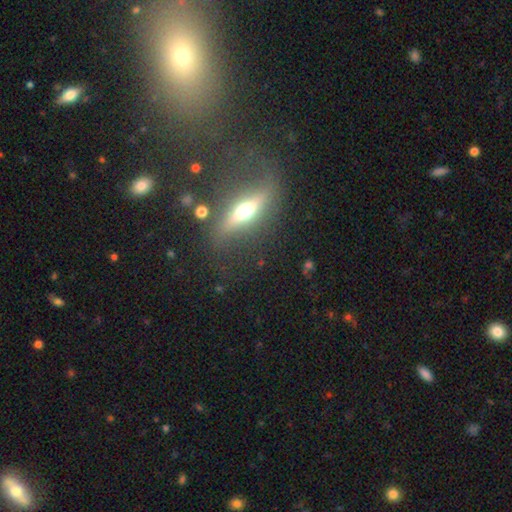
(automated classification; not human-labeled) featured or disk 58%, smooth 26%, star or artifact 16%. Down the decision tree: edge-on disk — yes (72%); merging — none (64%).